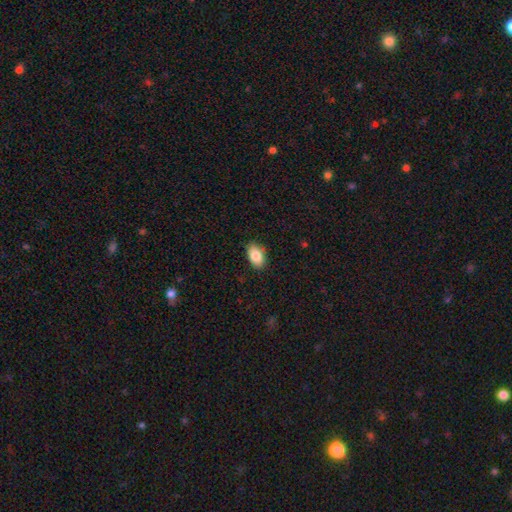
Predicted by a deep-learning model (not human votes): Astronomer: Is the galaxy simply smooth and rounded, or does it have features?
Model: smooth — 85%.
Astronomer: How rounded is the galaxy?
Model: in between — 91%.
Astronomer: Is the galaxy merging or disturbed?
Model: none — 86%.